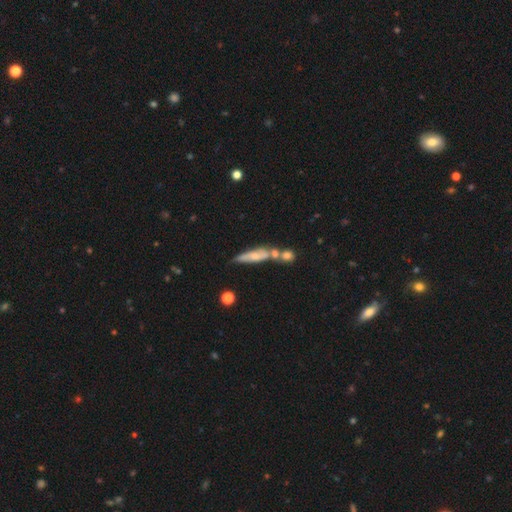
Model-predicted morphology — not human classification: A smooth galaxy with no disk features (53%) that is cigar-shaped (75%). Merging: none (43%).